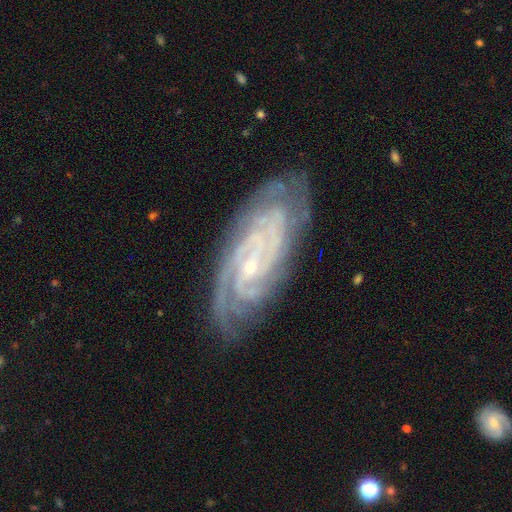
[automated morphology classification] type=featured or disk (90%); edge-on=no (95%); bar=no (57%); spiral arms=yes (98%); winding=tight (74%); arm count=2 (26%); bulge=small (81%); merging=none (78%).